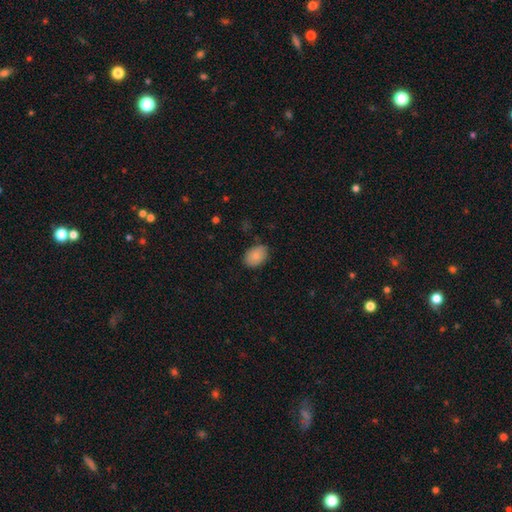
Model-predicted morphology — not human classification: Q: Smooth or featured?
A: smooth (87%); runner-up: star or artifact (7%)
Q: How rounded?
A: in between (82%); runner-up: round (16%)
Q: Merging?
A: none (81%); runner-up: minor disturbance (15%)